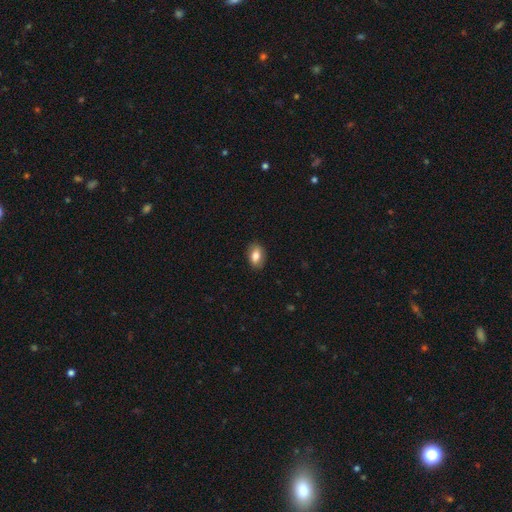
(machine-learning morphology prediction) smooth-or-featured: smooth: 82% | featured or disk: 11% | star or artifact: 7%
  how-rounded: in between: 87% | round: 11% | cigar-shaped: 2%
  merging: none: 88% | minor disturbance: 9% | major disturbance: 2% | merger: 1%